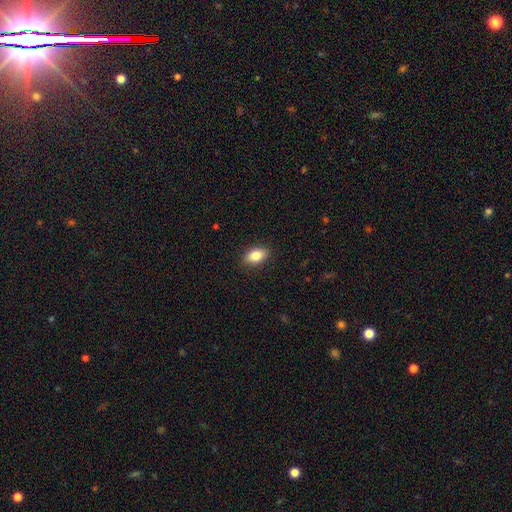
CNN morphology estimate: A smooth galaxy with no disk features (83%) that is in between round and cigar-shaped (87%).

Vote fractions:
- Smooth or featured? smooth: 83% / featured or disk: 9% / star or artifact: 8%
- How rounded? in between: 87% / round: 10% / cigar-shaped: 2%
- Merging? none: 89% / minor disturbance: 8% / major disturbance: 2% / merger: 1%